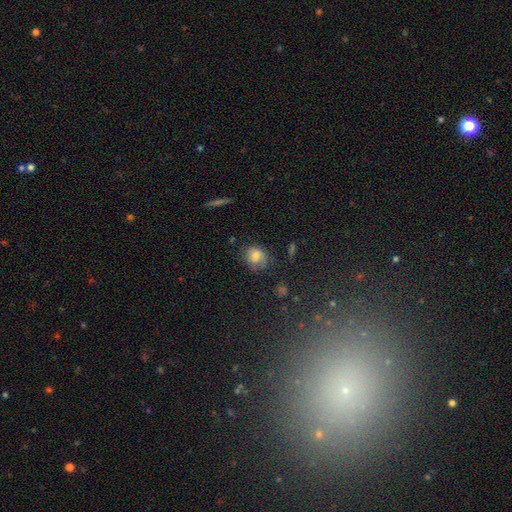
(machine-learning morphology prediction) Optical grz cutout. It shows a smooth galaxy with no disk features (75%) that is round (60%). Merging: none (62%).